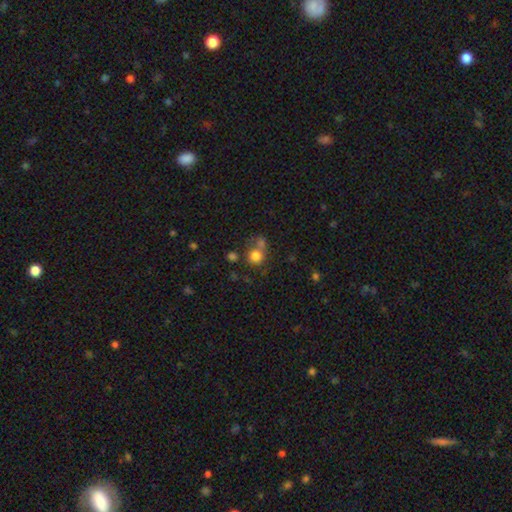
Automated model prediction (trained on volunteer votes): smooth-or-featured: smooth: 77% | star or artifact: 13% | featured or disk: 10%
  how-rounded: round: 88% | in between: 11% | cigar-shaped: 1%
  merging: none: 51% | merger: 33% | minor disturbance: 10% | major disturbance: 6%